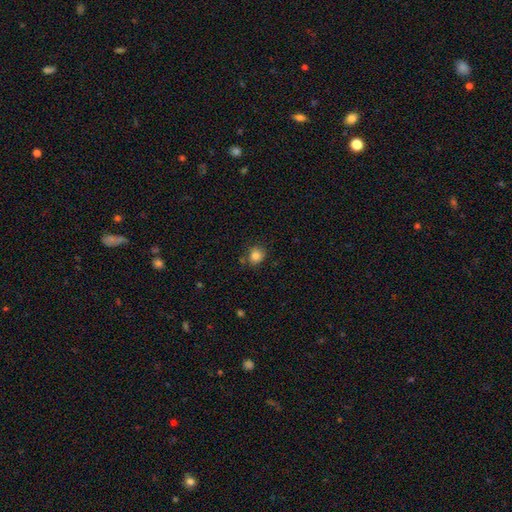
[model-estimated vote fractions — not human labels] A smooth galaxy with no disk features (83%) that is round (75%).

Vote fractions:
- Smooth or featured? smooth: 83% / star or artifact: 11% / featured or disk: 5%
- How rounded? round: 75% / in between: 24% / cigar-shaped: 1%
- Merging? none: 79% / minor disturbance: 13% / merger: 5% / major disturbance: 3%